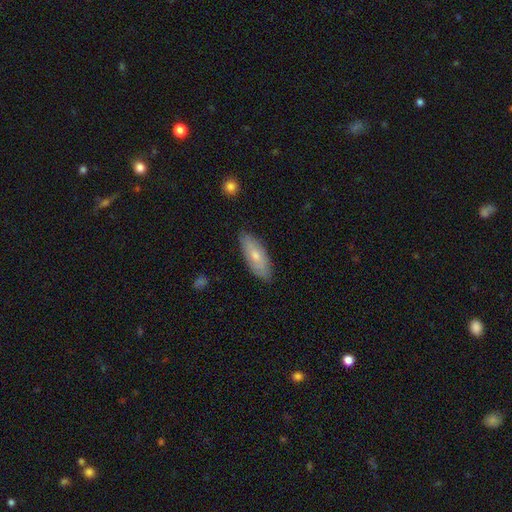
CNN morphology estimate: The model was most divided on "smooth or featured": smooth: 62%, featured or disk: 32%, star or artifact: 6%. More confident: merging — none (81%); how rounded — in between (73%).